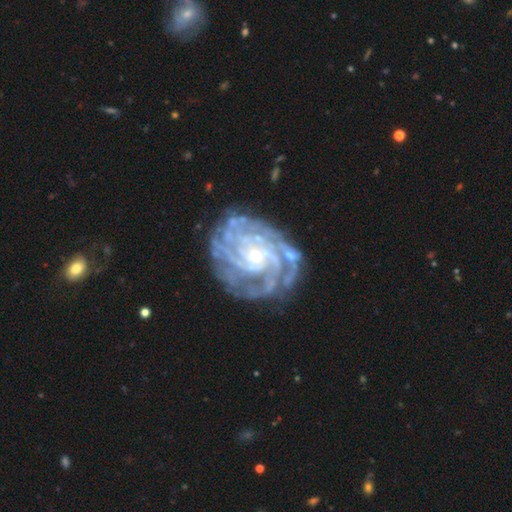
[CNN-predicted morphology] Smooth or featured? Predicted: featured or disk (p=0.90). Edge-on disk? Predicted: no (p=0.98). Bar? Predicted: no (p=0.72). Spiral arms? Predicted: yes (p=0.97). Spiral winding? Predicted: tight (p=0.73). Spiral arm count? Predicted: 4 (p=0.25). Bulge size? Predicted: small (p=0.73). Merging? Predicted: none (p=0.72).